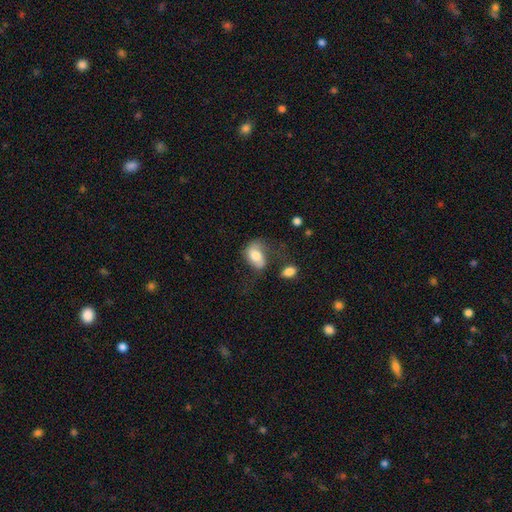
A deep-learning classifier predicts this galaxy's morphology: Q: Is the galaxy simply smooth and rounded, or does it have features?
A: smooth — 65%.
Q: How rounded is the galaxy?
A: in between — 87%.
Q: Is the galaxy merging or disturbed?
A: none — 36%.